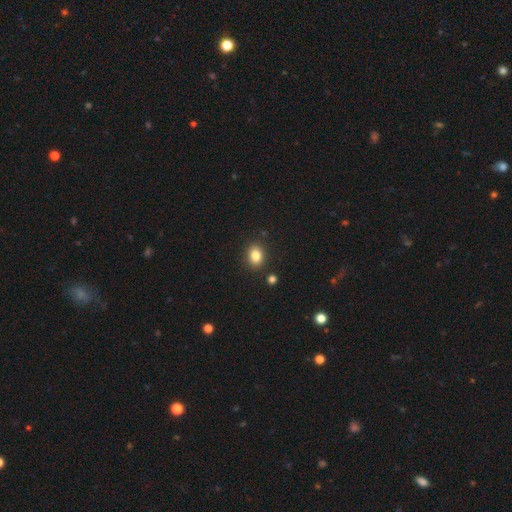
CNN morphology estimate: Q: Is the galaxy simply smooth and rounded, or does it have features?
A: smooth — 83%.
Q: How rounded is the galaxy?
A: in between — 58%.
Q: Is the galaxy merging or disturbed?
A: none — 87%.